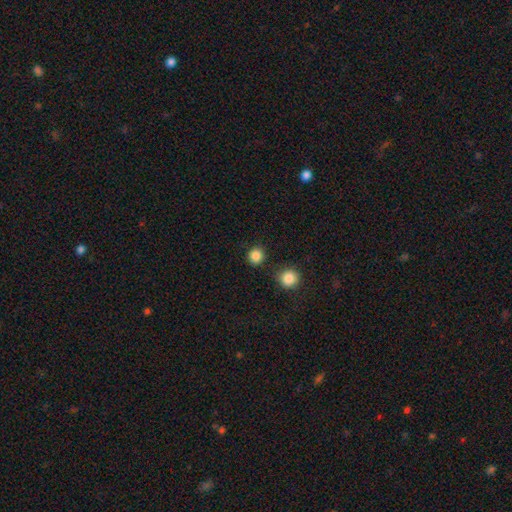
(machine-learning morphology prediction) Smooth or featured? smooth (86%)
How rounded? round (91%)
Merging? none (86%)